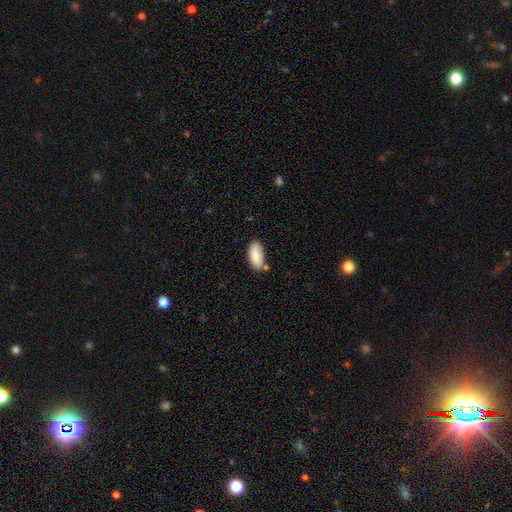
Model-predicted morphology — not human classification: This appears to be a smooth galaxy with no disk features (86%) that is in between round and cigar-shaped (93%). Merging: none (71%).